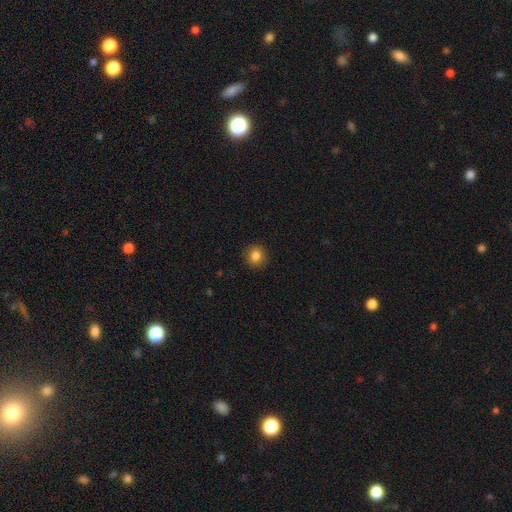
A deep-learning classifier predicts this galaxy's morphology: smooth_or_featured: smooth (p=0.84) [alt: star or artifact p=0.11]
how_rounded: round (p=0.92) [alt: in between p=0.07]
merging: none (p=0.92) [alt: minor disturbance p=0.05]